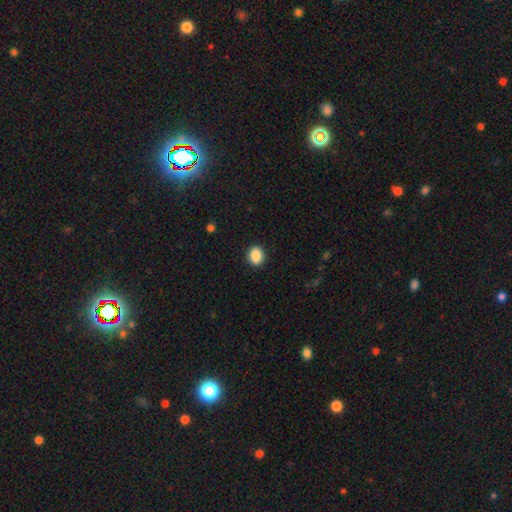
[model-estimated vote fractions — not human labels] Smooth or featured? smooth (89%)
How rounded? round (55%)
Merging? none (91%)